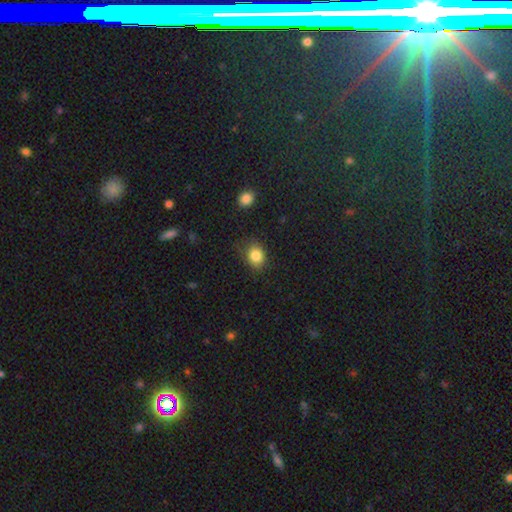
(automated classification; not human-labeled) smooth 85%, star or artifact 10%, featured or disk 5%. Down the decision tree: how rounded — round (52%); merging — none (77%).